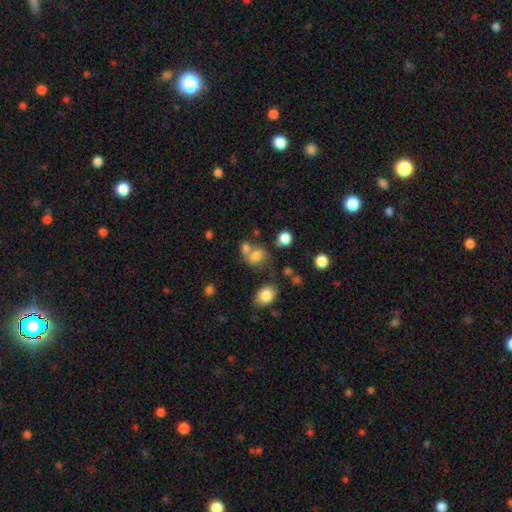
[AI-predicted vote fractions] Smooth or featured? smooth (73%)
How rounded? in between (51%)
Merging? none (42%)